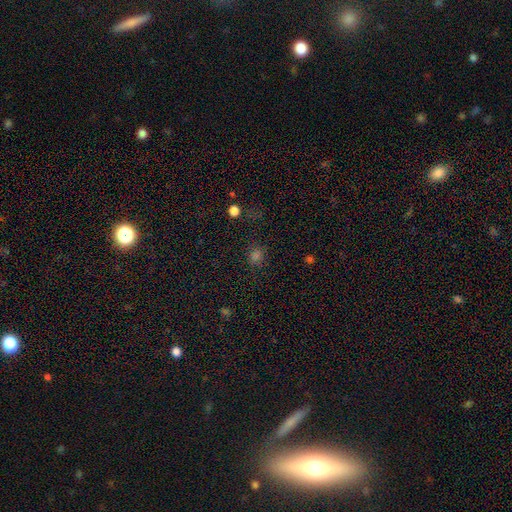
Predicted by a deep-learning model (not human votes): smooth-or-featured: smooth: 68% | star or artifact: 27% | featured or disk: 5%
  how-rounded: round: 73% | in between: 26% | cigar-shaped: 1%
  merging: none: 82% | minor disturbance: 11% | major disturbance: 5% | merger: 2%